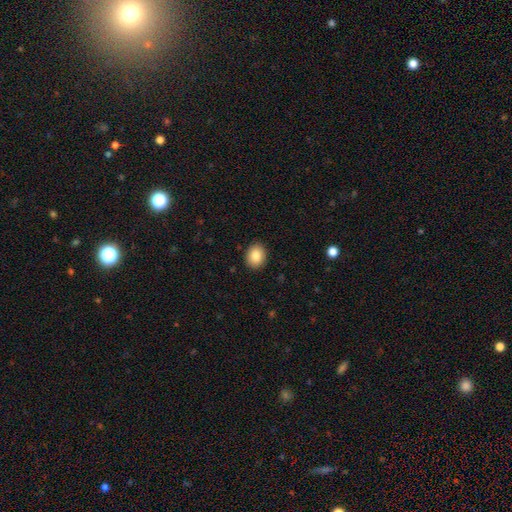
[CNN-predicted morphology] Overall: smooth (85%). How rounded: in between (50%; round 49%). Merging: none (90%).